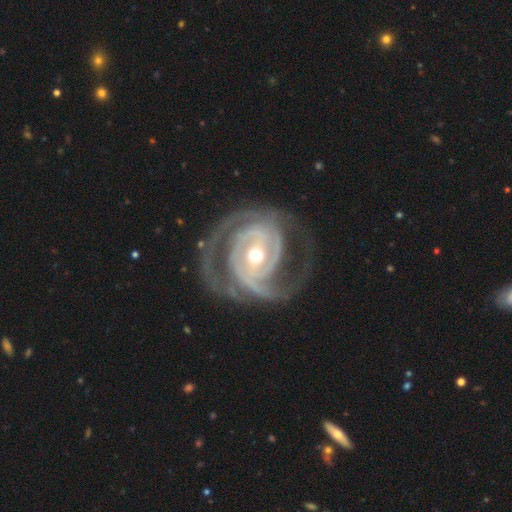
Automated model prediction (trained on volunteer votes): Smooth or featured?
  - featured or disk: 93% *
  - smooth: 4%
  - star or artifact: 4%
Edge-on disk?
  - no: 98% *
  - yes: 2%
Bar?
  - no: 44% *
  - weak: 34%
  - strong: 22%
Spiral arms?
  - yes: 98% *
  - no: 2%
Spiral winding?
  - tight: 60% *
  - medium: 32%
  - loose: 8%
Spiral arm count?
  - 2: 39% *
  - 3: 32%
  - can't tell: 11%
  - 4: 7%
  - 1: 6%
  - more than 4: 5%
Bulge size?
  - moderate: 68% *
  - small: 26%
  - large: 5%
  - dominant: 1%
  - none: 1%
Merging?
  - none: 66% *
  - minor disturbance: 18%
  - major disturbance: 15%
  - merger: 2%